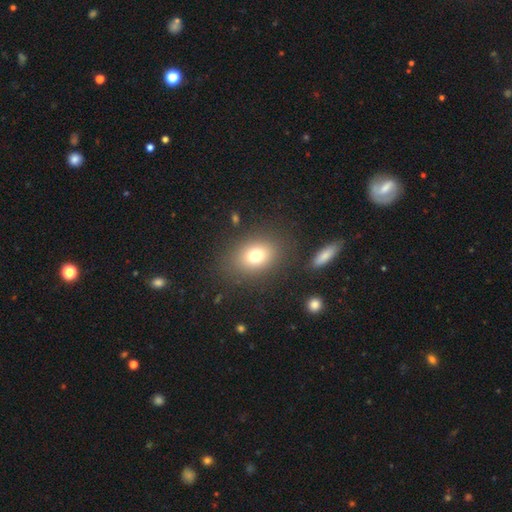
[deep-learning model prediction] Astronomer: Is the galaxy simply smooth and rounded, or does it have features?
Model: smooth — 75%.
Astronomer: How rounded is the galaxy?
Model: in between — 57% (runner-up: round, 42%).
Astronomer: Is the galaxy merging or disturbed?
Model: none — 84%.